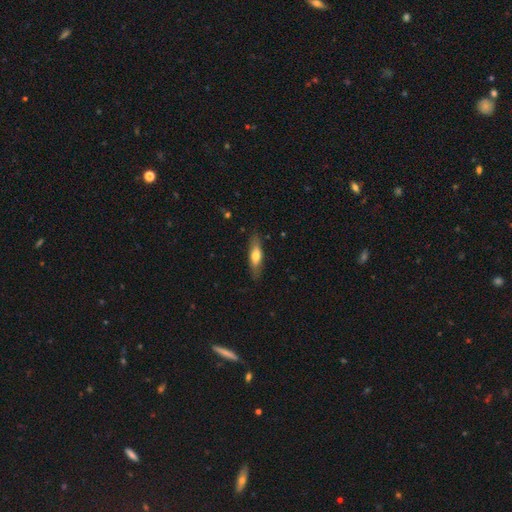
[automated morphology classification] type=smooth (58%); roundness=cigar-shaped (57%); merging=none (82%).